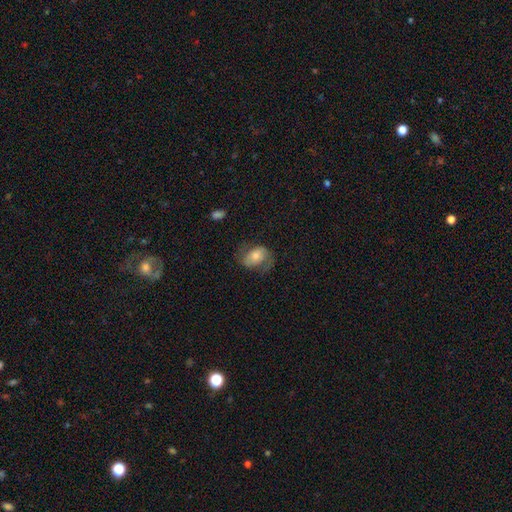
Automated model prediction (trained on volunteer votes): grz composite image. It shows a smooth galaxy with no disk features (46%). Merging: none (58%).